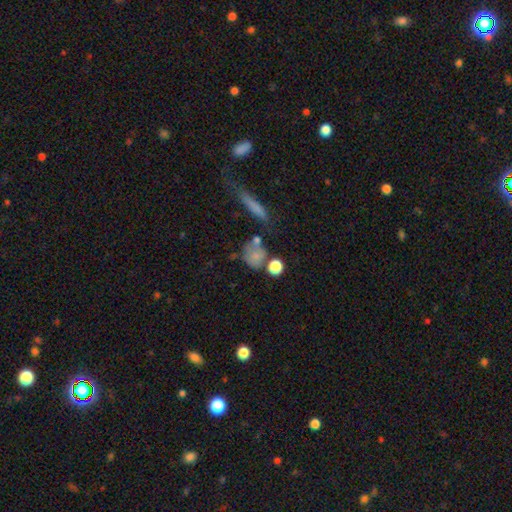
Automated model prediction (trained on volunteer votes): Smooth or featured?
  - smooth: 73% *
  - featured or disk: 16%
  - star or artifact: 11%
How rounded?
  - round: 68% *
  - in between: 28%
  - cigar-shaped: 4%
Merging?
  - none: 47% *
  - merger: 25%
  - minor disturbance: 17%
  - major disturbance: 11%